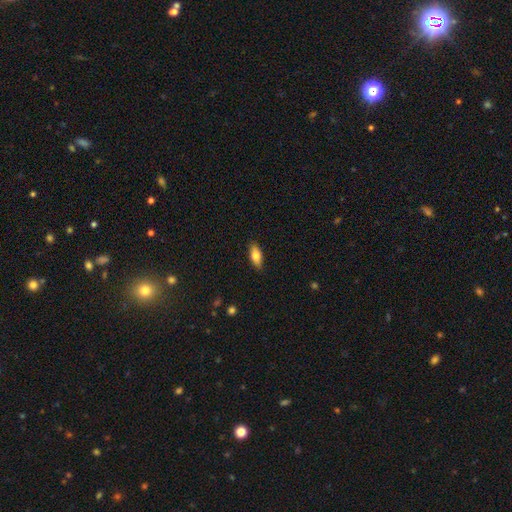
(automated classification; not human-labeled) This is likely a smooth galaxy (78%). How rounded: likely in between (80%). Merging: clearly none (87%).